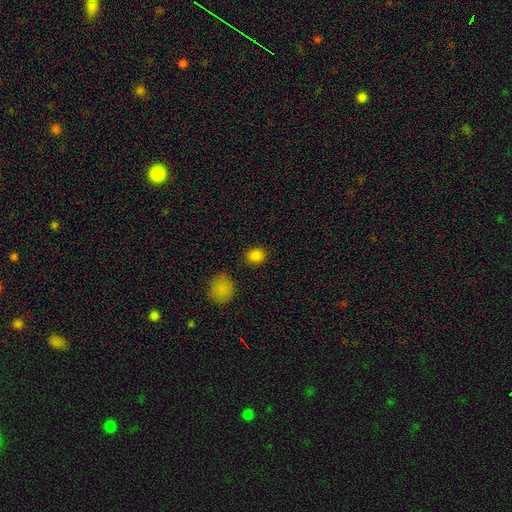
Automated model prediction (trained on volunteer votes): Smooth or featured: smooth — 84% (star or artifact — 12%)
How rounded: round — 61% (in between — 38%)
Merging: none — 85% (minor disturbance — 9%)